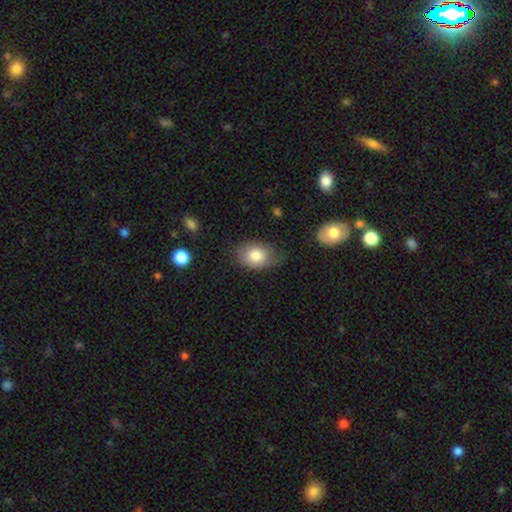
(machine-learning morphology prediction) smooth 81%, featured or disk 11%, star or artifact 7%. Down the decision tree: how rounded — in between (77%); merging — none (67%).